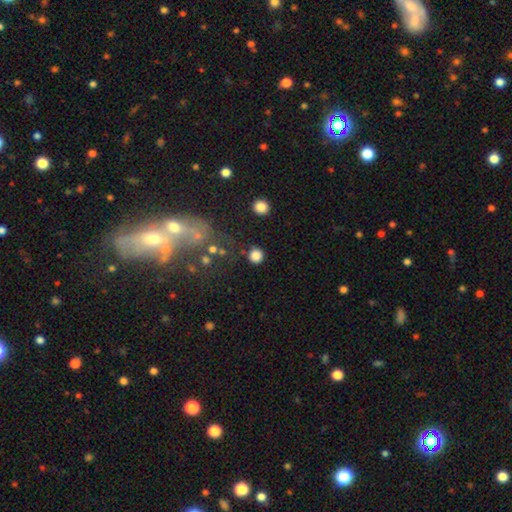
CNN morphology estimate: Smooth or featured?
  - smooth: 83% *
  - star or artifact: 11%
  - featured or disk: 5%
How rounded?
  - round: 92% *
  - in between: 7%
  - cigar-shaped: 1%
Merging?
  - none: 83% *
  - minor disturbance: 9%
  - major disturbance: 4%
  - merger: 4%